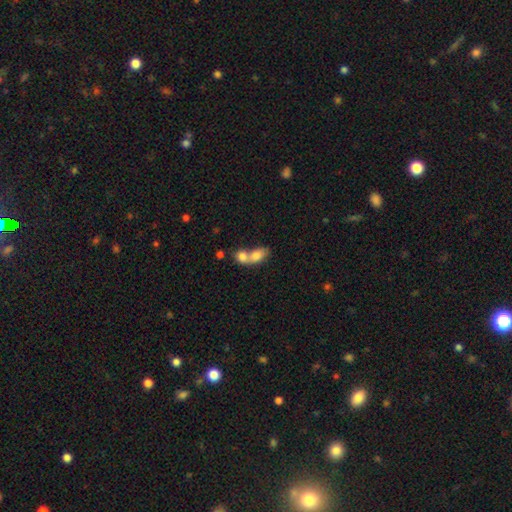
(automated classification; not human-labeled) Smooth or featured: smooth — 77% (featured or disk — 15%)
How rounded: in between — 76% (round — 20%)
Merging: merger — 76% (none — 15%)